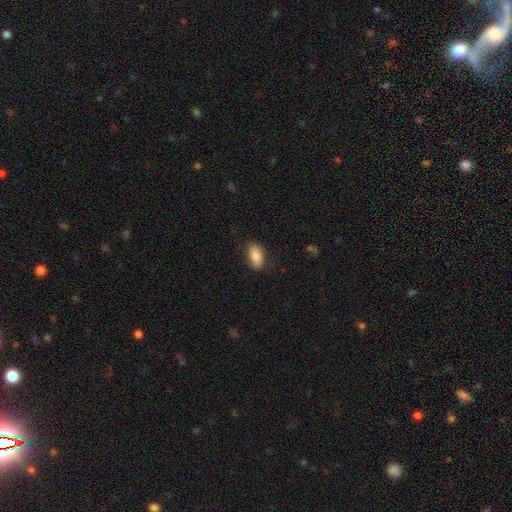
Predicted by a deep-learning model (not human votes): This is clearly a smooth galaxy (85%). How rounded: clearly in between (91%). Merging: clearly none (81%).